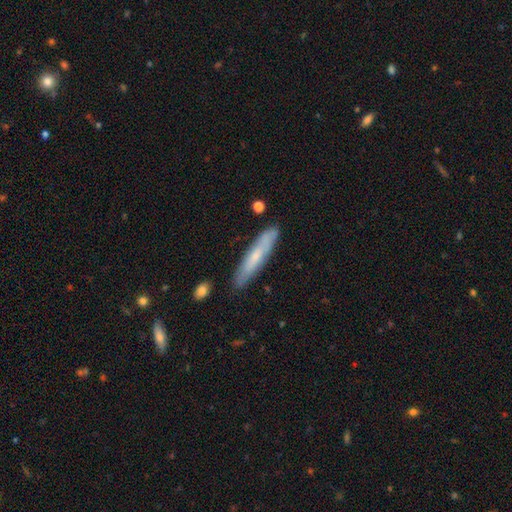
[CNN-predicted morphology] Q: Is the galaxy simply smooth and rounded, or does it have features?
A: smooth — 58%.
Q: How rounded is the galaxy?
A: cigar-shaped — 88%.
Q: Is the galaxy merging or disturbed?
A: none — 82%.